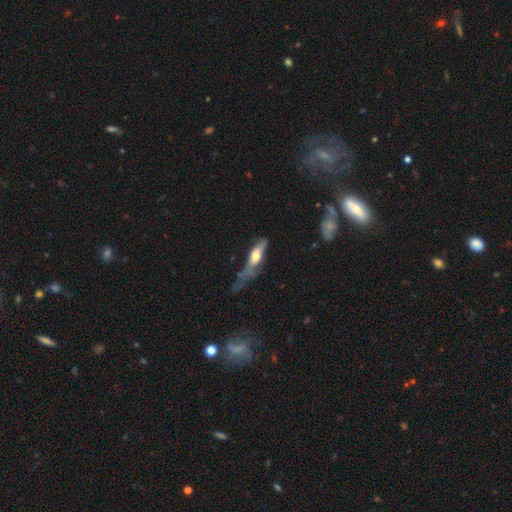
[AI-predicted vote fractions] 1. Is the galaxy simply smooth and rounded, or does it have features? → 51% smooth, 42% featured or disk, 7% star or artifact.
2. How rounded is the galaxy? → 56% cigar-shaped, 41% in between, 3% round.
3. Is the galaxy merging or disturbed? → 40% major disturbance, 29% minor disturbance, 25% none, 6% merger.